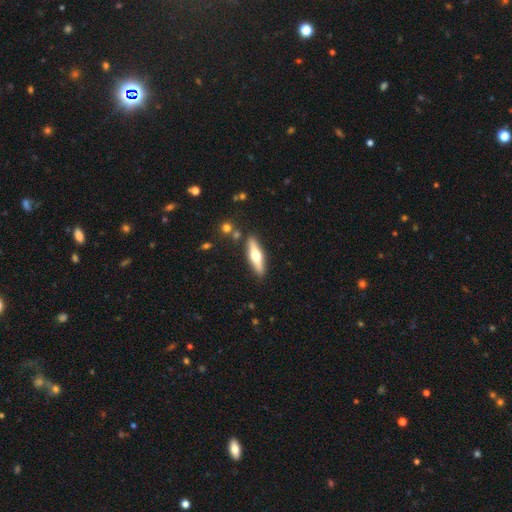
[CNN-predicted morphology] A featured or disk galaxy (57%) viewed edge-on (93%) with a rounded central bulge (95%).

Vote fractions:
- Smooth or featured? featured or disk: 57% / smooth: 37% / star or artifact: 5%
- Edge-on disk? yes: 93% / no: 7%
- Edge-on bulge? rounded: 95% / boxy: 3% / none: 2%
- Merging? none: 87% / minor disturbance: 8% / merger: 3% / major disturbance: 2%